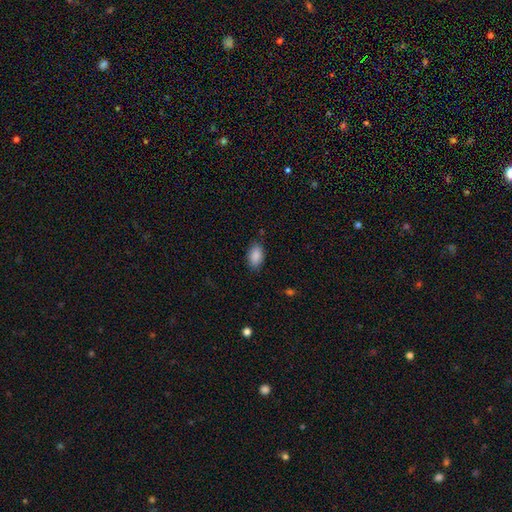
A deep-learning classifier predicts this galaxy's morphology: type=smooth (89%); roundness=in between (92%); merging=none (82%).